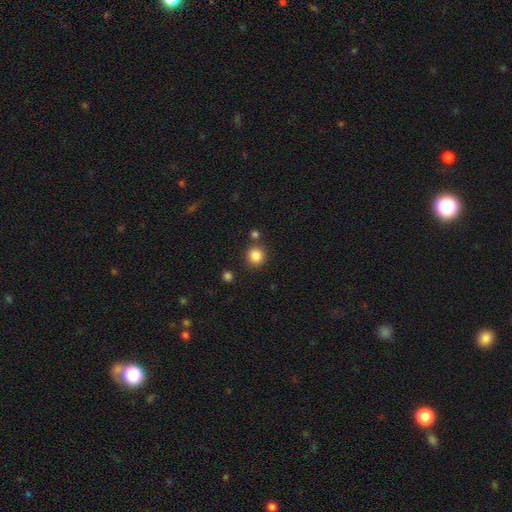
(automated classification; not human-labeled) Smooth or featured?
  - smooth: 85% *
  - star or artifact: 10%
  - featured or disk: 4%
How rounded?
  - round: 92% *
  - in between: 8%
  - cigar-shaped: 1%
Merging?
  - none: 82% *
  - minor disturbance: 8%
  - merger: 7%
  - major disturbance: 3%